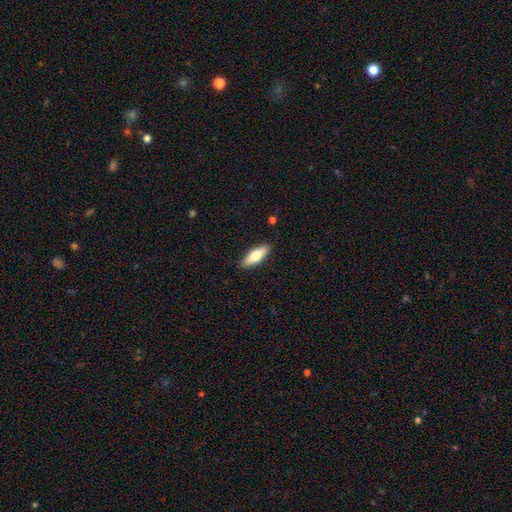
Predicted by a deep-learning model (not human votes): smooth-or-featured: smooth: 66% | featured or disk: 29% | star or artifact: 5%
  how-rounded: in between: 51% | cigar-shaped: 47% | round: 2%
  merging: none: 89% | minor disturbance: 8% | major disturbance: 2% | merger: 1%